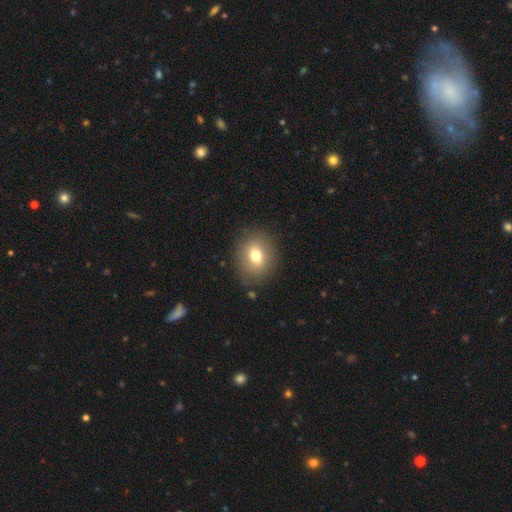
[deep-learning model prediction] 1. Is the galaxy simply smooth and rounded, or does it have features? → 72% smooth, 17% featured or disk, 11% star or artifact.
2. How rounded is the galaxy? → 63% round, 36% in between, 1% cigar-shaped.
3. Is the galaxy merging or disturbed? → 85% none, 10% minor disturbance, 4% major disturbance, 1% merger.